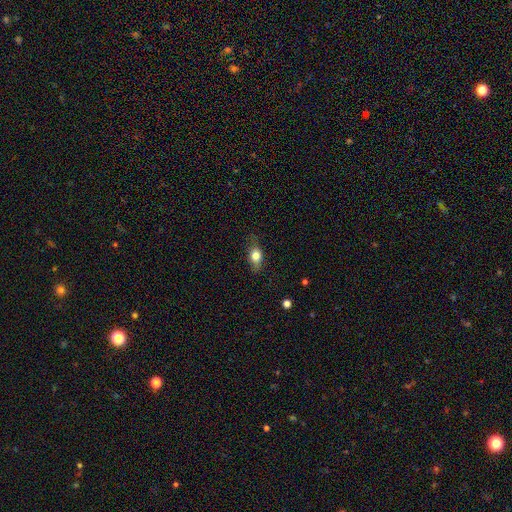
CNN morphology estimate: Smooth or featured?
  - smooth: 72% *
  - featured or disk: 19%
  - star or artifact: 9%
How rounded?
  - in between: 71% *
  - round: 19%
  - cigar-shaped: 10%
Merging?
  - none: 74% *
  - minor disturbance: 20%
  - major disturbance: 5%
  - merger: 1%